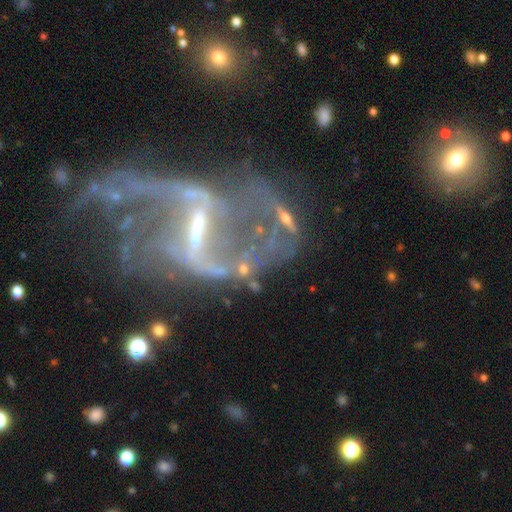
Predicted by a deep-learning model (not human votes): Smooth or featured? Predicted: featured or disk (p=0.89). Edge-on disk? Predicted: no (p=0.97). Bar? Predicted: strong (p=0.52). Spiral arms? Predicted: yes (p=0.93). Spiral winding? Predicted: loose (p=0.74). Spiral arm count? Predicted: 2 (p=0.83). Bulge size? Predicted: small (p=0.62). Merging? Predicted: none (p=0.41).